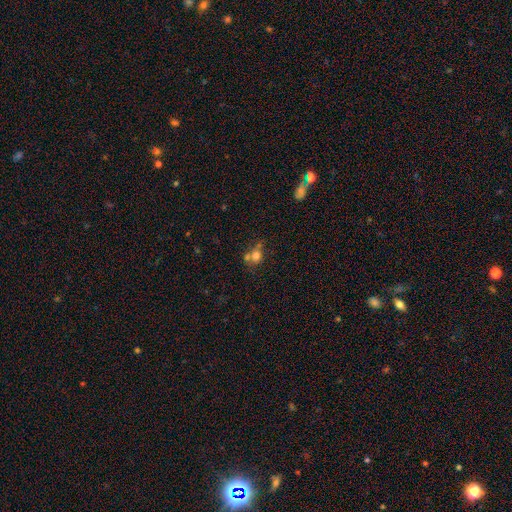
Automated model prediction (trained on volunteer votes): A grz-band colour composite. It shows a smooth galaxy with no disk features (69%) that is round (70%). Merging: none (40%).